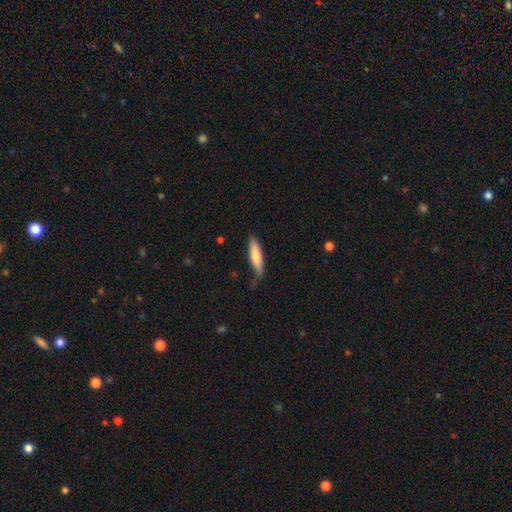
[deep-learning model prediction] Smooth or featured? smooth (75%)
How rounded? cigar-shaped (71%)
Merging? none (70%)